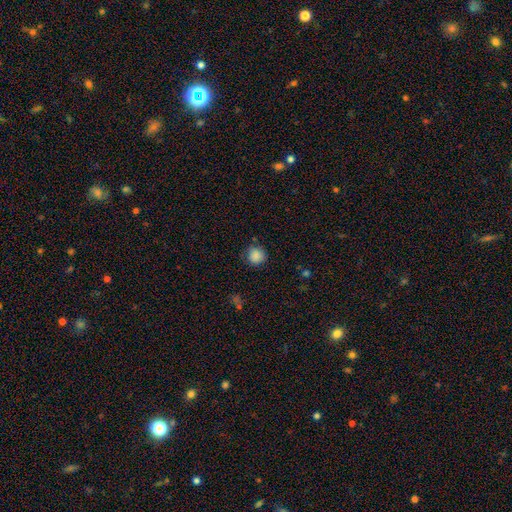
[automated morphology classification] This is clearly a smooth galaxy (86%). How rounded: clearly round (89%). Merging: likely none (76%).